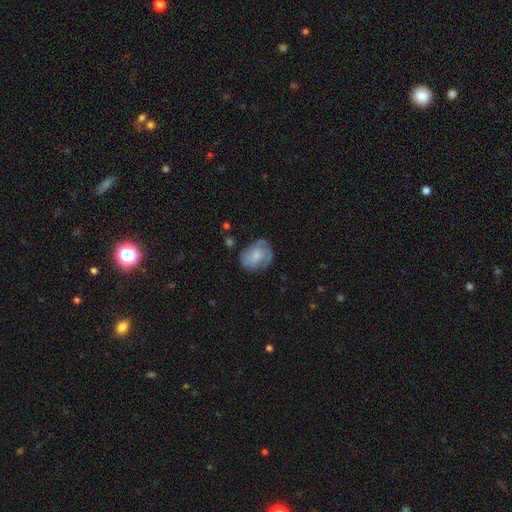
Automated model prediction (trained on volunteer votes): This is possibly a smooth galaxy (49%). Merging: likely none (60%).